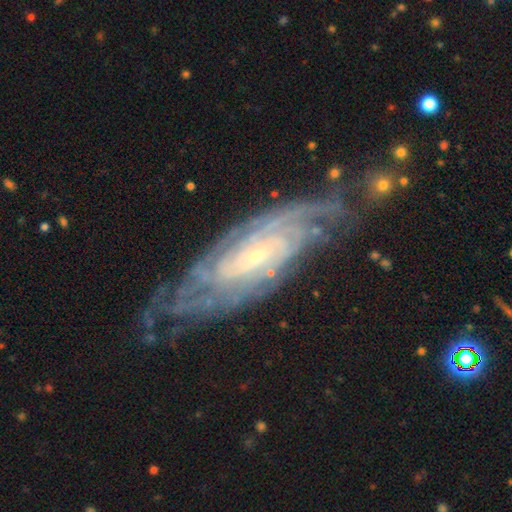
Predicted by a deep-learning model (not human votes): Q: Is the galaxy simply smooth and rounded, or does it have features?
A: featured or disk — 88%.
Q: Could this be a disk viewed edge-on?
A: no — 91%.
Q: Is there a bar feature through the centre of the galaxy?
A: no — 55%.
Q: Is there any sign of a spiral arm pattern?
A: yes — 97%.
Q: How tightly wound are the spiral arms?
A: tight — 75%.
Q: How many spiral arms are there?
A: can't tell — 36%.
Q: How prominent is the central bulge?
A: small — 77%.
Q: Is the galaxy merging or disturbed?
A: none — 71%.